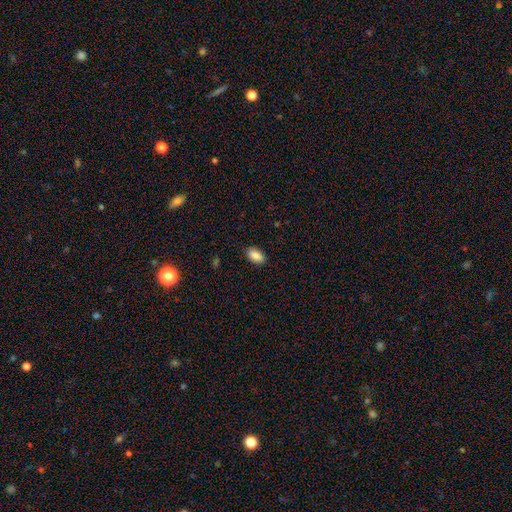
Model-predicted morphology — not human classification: Q: Smooth or featured?
A: smooth (88%); runner-up: star or artifact (8%)
Q: How rounded?
A: in between (92%); runner-up: round (4%)
Q: Merging?
A: none (88%); runner-up: minor disturbance (9%)